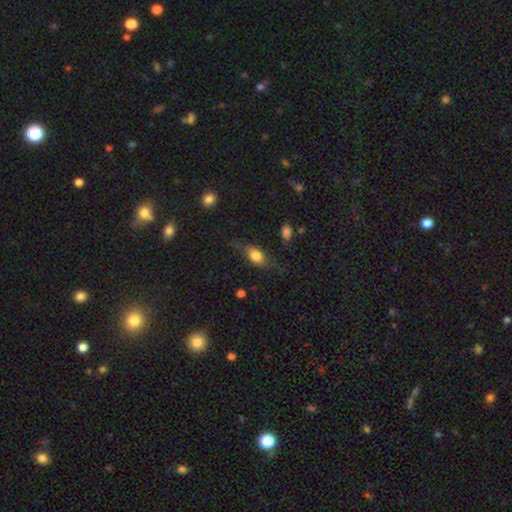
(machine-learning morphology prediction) A smooth galaxy with no disk features (68%) that is in between round and cigar-shaped (77%).

Vote fractions:
- Smooth or featured? smooth: 68% / featured or disk: 23% / star or artifact: 9%
- How rounded? in between: 77% / round: 13% / cigar-shaped: 10%
- Merging? none: 58% / minor disturbance: 25% / major disturbance: 14% / merger: 2%